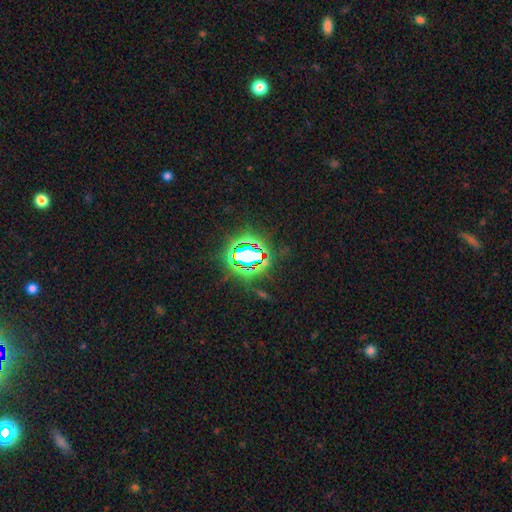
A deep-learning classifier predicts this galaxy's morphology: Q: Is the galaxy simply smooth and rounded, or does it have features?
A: star or artifact — 82%.